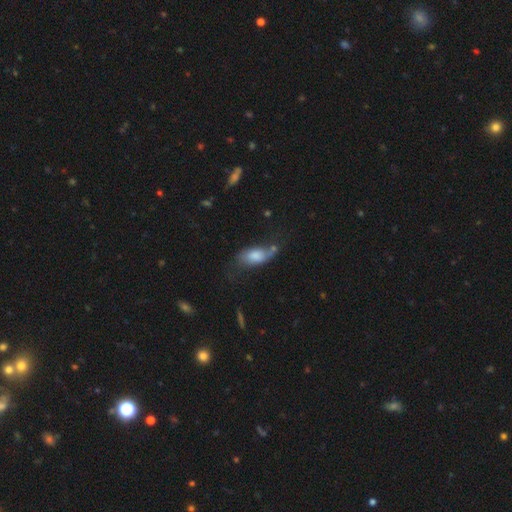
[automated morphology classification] This appears to be a smooth galaxy with no disk features (67%) that is in between round and cigar-shaped (88%). Merging: none (38%).